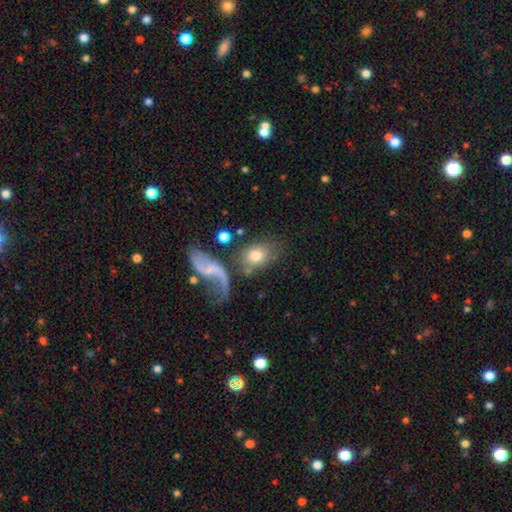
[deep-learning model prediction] Smooth or featured? smooth (64%)
How rounded? in between (60%)
Merging? none (56%)